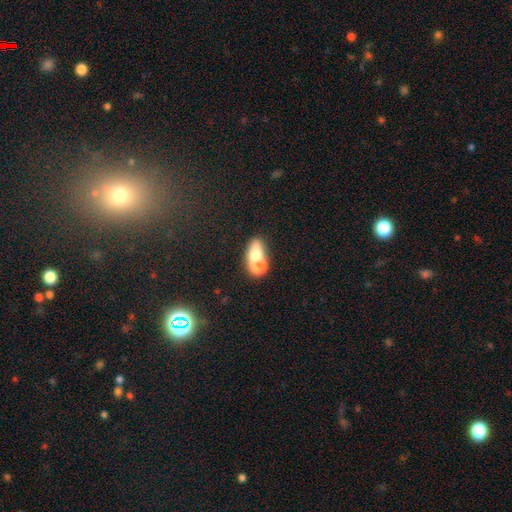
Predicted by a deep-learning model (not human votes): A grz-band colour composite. It shows a smooth galaxy with no disk features (66%) that is in between round and cigar-shaped (71%). Merging: merger (64%).